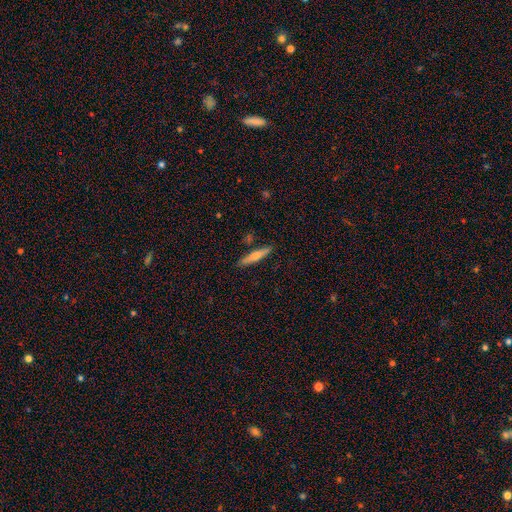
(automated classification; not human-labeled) Smooth or featured?
  - smooth: 51% *
  - featured or disk: 43%
  - star or artifact: 6%
How rounded?
  - cigar-shaped: 91% *
  - in between: 7%
  - round: 2%
Merging?
  - none: 87% *
  - minor disturbance: 8%
  - merger: 3%
  - major disturbance: 2%